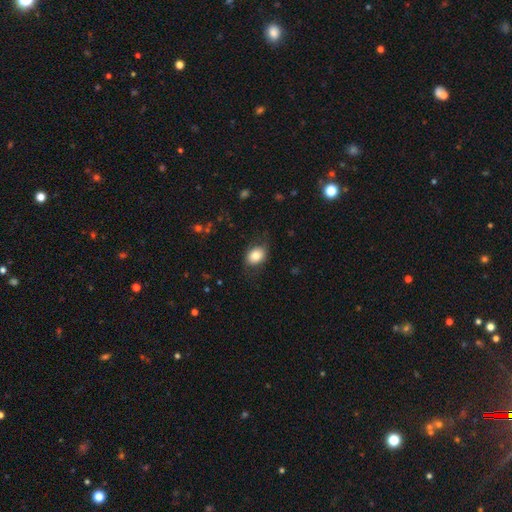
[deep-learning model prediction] This is likely a smooth galaxy (80%). How rounded: likely in between (62%). Merging: likely none (75%).